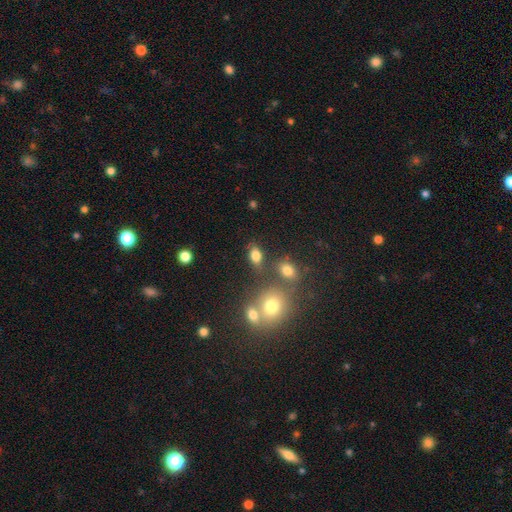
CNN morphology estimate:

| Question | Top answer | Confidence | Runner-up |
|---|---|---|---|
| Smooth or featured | smooth | 80% | star or artifact (12%) |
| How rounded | in between | 79% | round (18%) |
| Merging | none | 67% | minor disturbance (14%) |